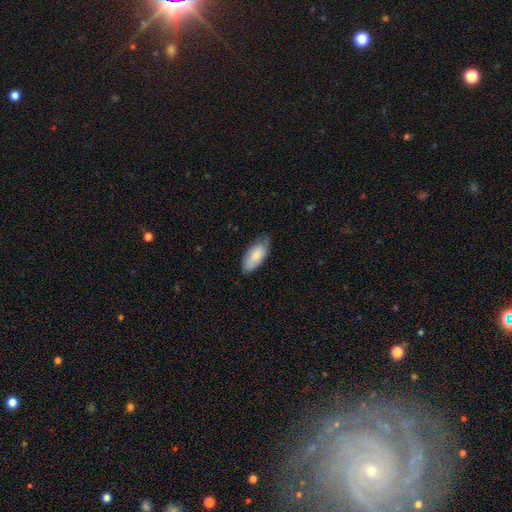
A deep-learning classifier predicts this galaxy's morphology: A smooth galaxy with no disk features (82%) that is in between round and cigar-shaped (88%). Merging: none (68%).